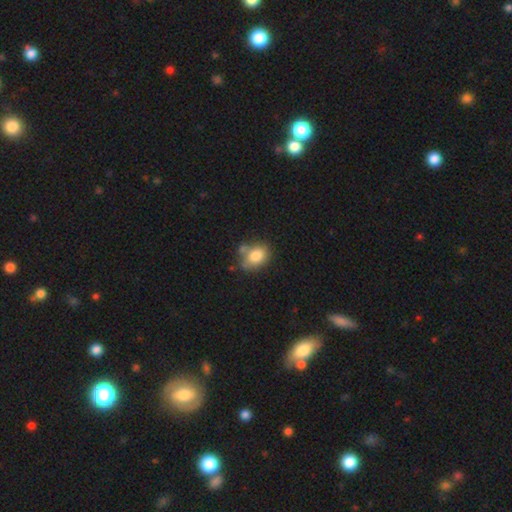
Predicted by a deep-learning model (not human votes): A smooth galaxy with no disk features (82%) that is in between round and cigar-shaped (63%).

Vote fractions:
- Smooth or featured? smooth: 82% / featured or disk: 10% / star or artifact: 8%
- How rounded? in between: 63% / round: 36% / cigar-shaped: 1%
- Merging? none: 58% / minor disturbance: 20% / merger: 17% / major disturbance: 6%